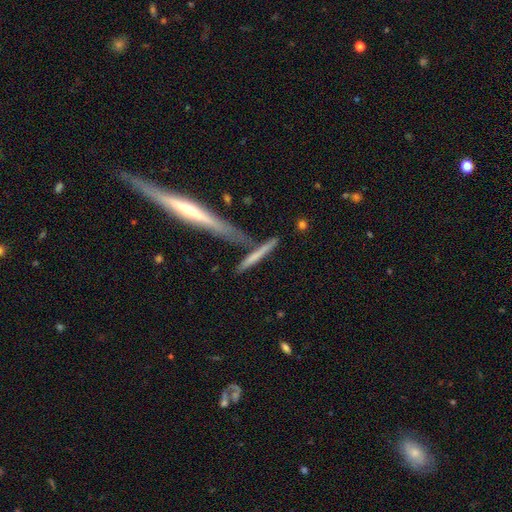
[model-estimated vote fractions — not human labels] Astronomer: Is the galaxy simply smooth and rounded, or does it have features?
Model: smooth — 54% (runner-up: featured or disk, 38%).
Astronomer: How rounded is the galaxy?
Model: cigar-shaped — 92%.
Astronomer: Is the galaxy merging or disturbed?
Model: none — 58%.